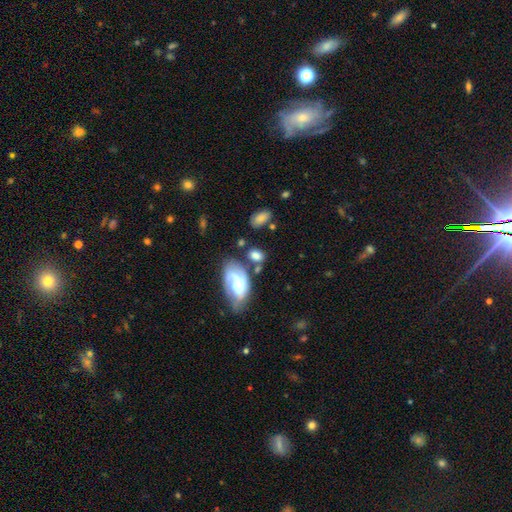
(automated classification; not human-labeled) smooth-or-featured: smooth: 58% | featured or disk: 33% | star or artifact: 9%
  how-rounded: in between: 77% | round: 19% | cigar-shaped: 4%
  merging: none: 51% | minor disturbance: 20% | merger: 19% | major disturbance: 9%